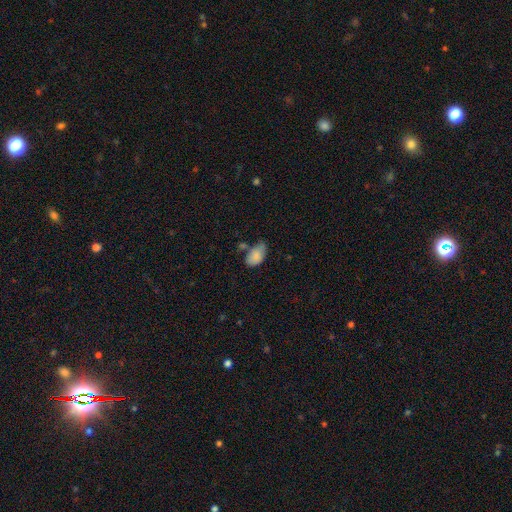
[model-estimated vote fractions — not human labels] Q: Smooth or featured?
A: smooth (83%); runner-up: featured or disk (9%)
Q: How rounded?
A: in between (91%); runner-up: round (7%)
Q: Merging?
A: none (41%); runner-up: minor disturbance (36%)